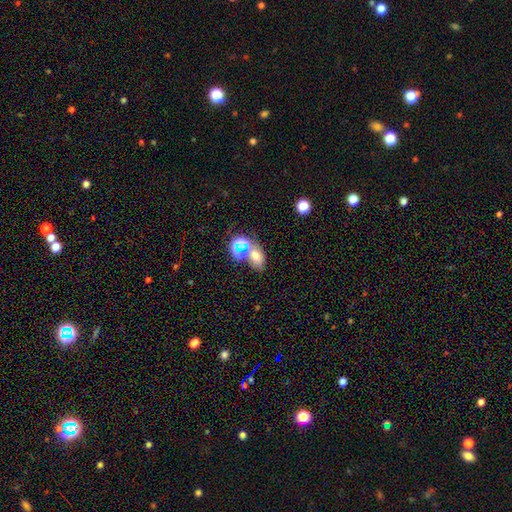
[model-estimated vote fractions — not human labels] Smooth or featured? Predicted: smooth (p=0.61). How rounded? Predicted: in between (p=0.76). Merging? Predicted: none (p=0.50).